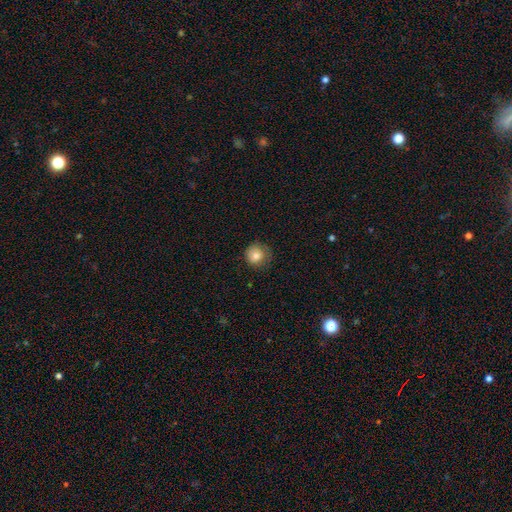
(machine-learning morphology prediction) A smooth galaxy with no disk features (80%) that is round (90%). Merging: none (73%).